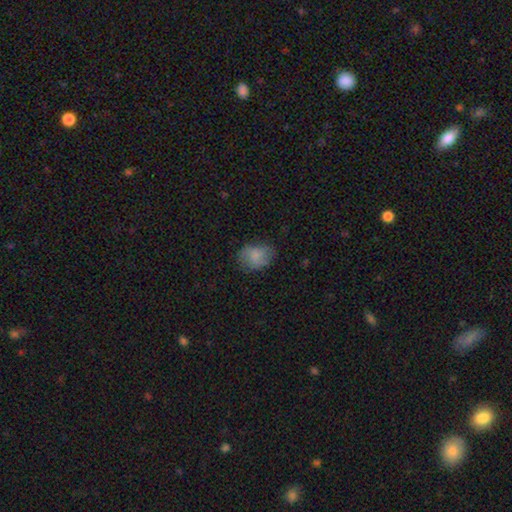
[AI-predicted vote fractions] Smooth or featured? smooth (72%)
How rounded? in between (62%)
Merging? none (67%)